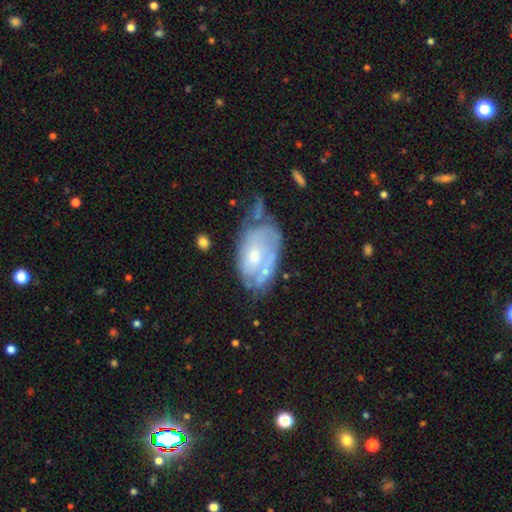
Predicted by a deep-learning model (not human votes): This appears to be a featured or disk galaxy (60%) with no bar (73%), spiral arms (52%) and a moderate central bulge (47%). Merging: none (35%).